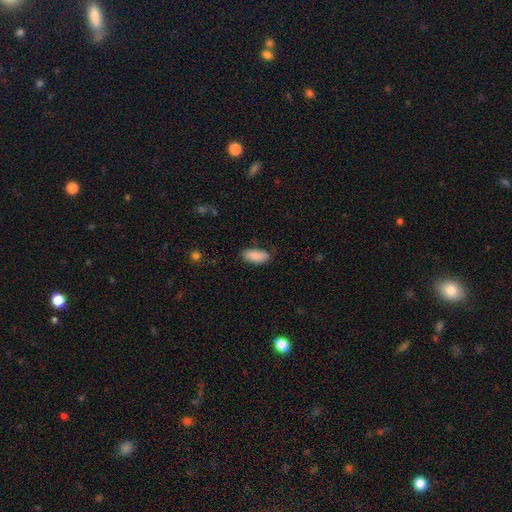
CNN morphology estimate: type=smooth (89%); roundness=in between (90%); merging=none (81%).